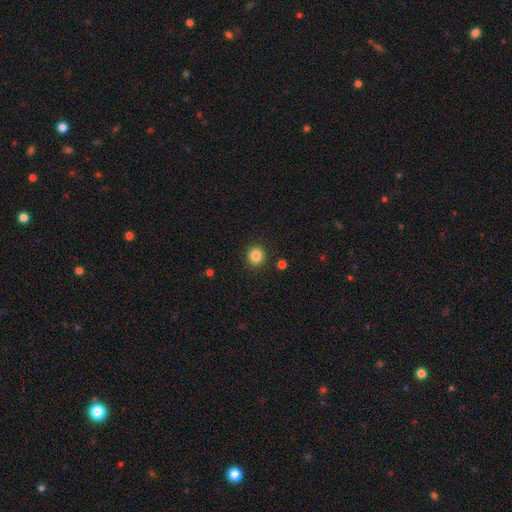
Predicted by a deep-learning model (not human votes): smooth 85%, star or artifact 11%, featured or disk 4%. Down the decision tree: how rounded — round (91%); merging — none (91%).